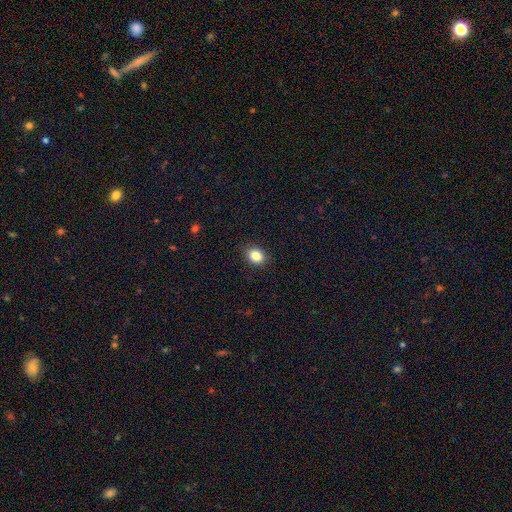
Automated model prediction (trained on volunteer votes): This appears to be a smooth galaxy with no disk features (86%) that is in between round and cigar-shaped (55%). Merging: none (89%).